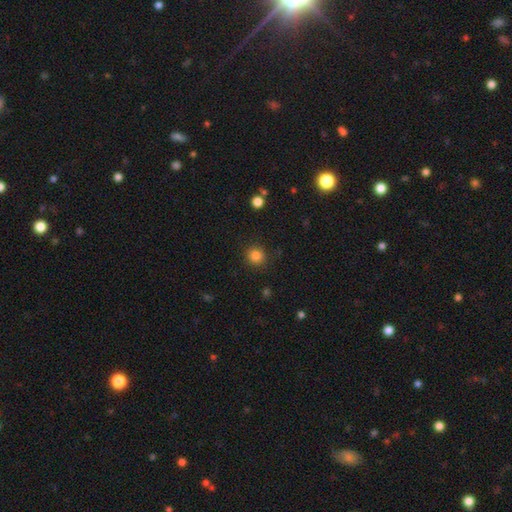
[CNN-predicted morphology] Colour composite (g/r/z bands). It shows a smooth galaxy with no disk features (84%) that is round (92%). Merging: none (90%).